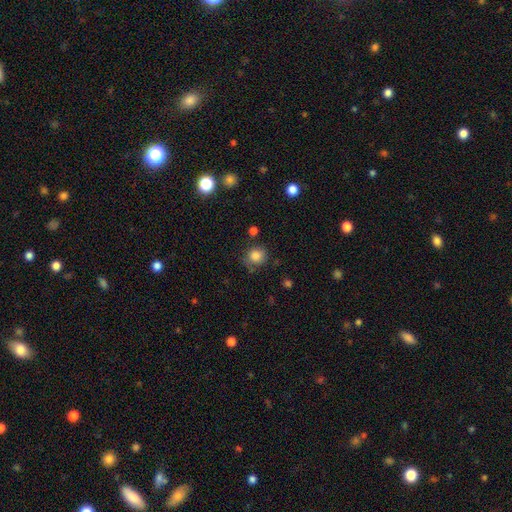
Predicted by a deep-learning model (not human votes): Smooth or featured: smooth — 83% (star or artifact — 11%)
How rounded: round — 85% (in between — 14%)
Merging: none — 72% (minor disturbance — 19%)